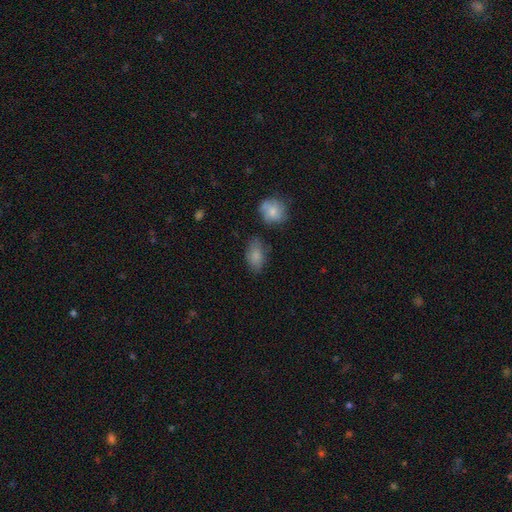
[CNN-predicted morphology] Smooth or featured? Predicted: smooth (p=0.82). How rounded? Predicted: in between (p=0.89). Merging? Predicted: none (p=0.65).